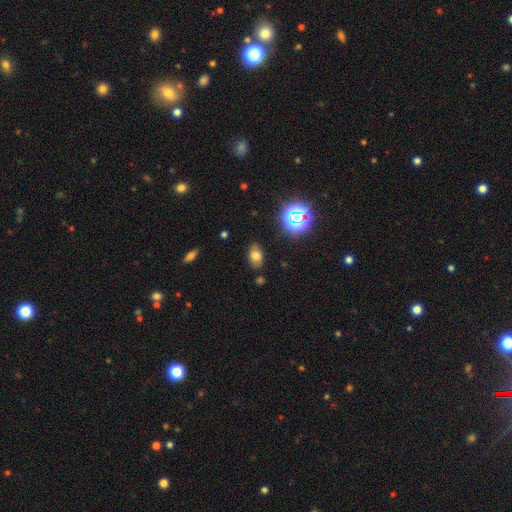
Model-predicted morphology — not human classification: Smooth or featured? smooth (70%)
How rounded? in between (86%)
Merging? none (82%)